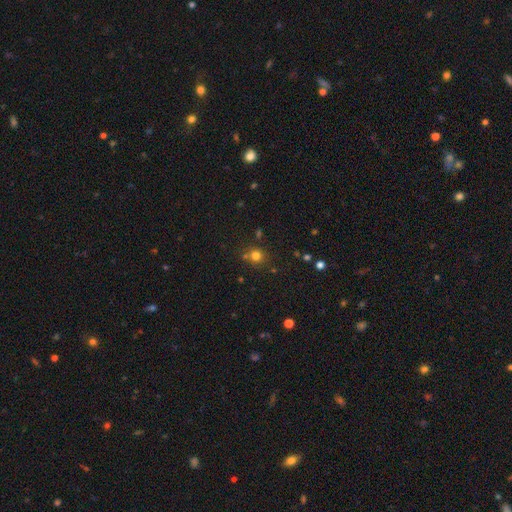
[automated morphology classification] This is likely a smooth galaxy (75%). How rounded: clearly round (89%). Merging: likely none (74%).